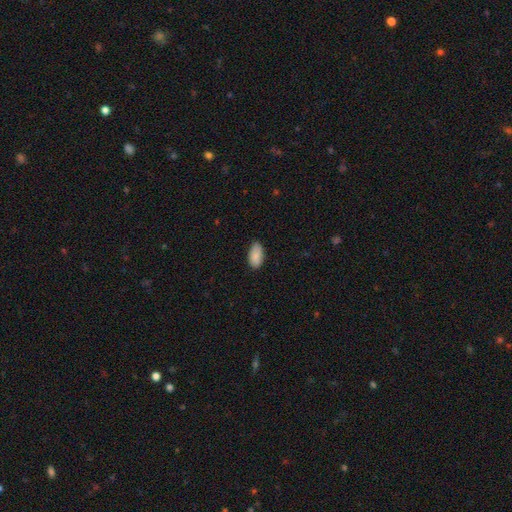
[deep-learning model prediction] The model was most divided on "merging": none: 82%, minor disturbance: 15%, major disturbance: 2%, merger: 1%. More confident: how rounded — in between (95%); smooth or featured — smooth (87%).